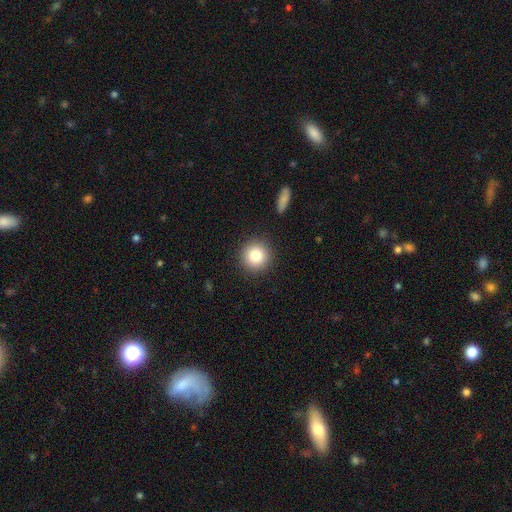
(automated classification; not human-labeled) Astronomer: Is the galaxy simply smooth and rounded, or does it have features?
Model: smooth — 82%.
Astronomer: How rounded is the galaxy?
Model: round — 94%.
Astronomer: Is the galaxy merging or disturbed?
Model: none — 90%.